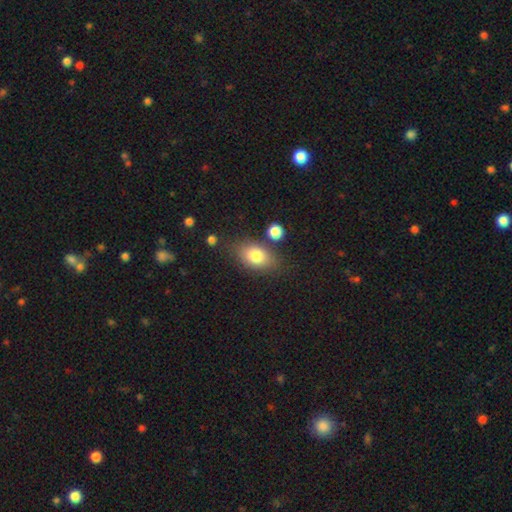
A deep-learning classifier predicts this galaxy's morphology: Overall: smooth (79%). How rounded: in between (83%). Merging: none (72%).